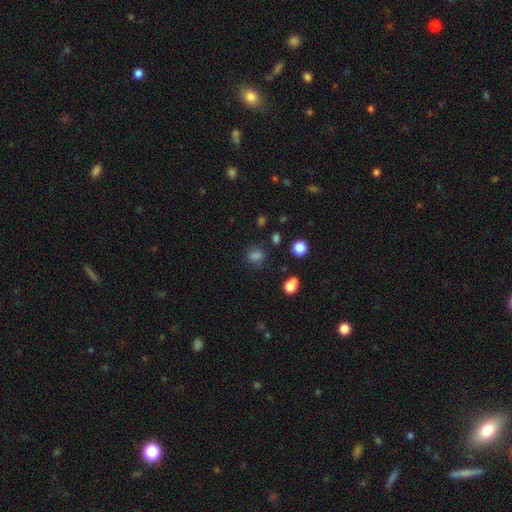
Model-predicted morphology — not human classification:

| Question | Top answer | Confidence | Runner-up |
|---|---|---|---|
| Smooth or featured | smooth | 76% | star or artifact (19%) |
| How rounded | round | 50% | in between (48%) |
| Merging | none | 75% | minor disturbance (15%) |